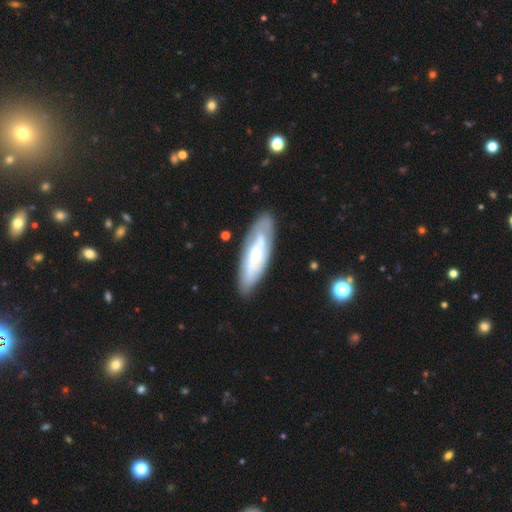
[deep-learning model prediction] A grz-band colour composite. It shows a featured or disk galaxy (57%). Merging: none (78%).